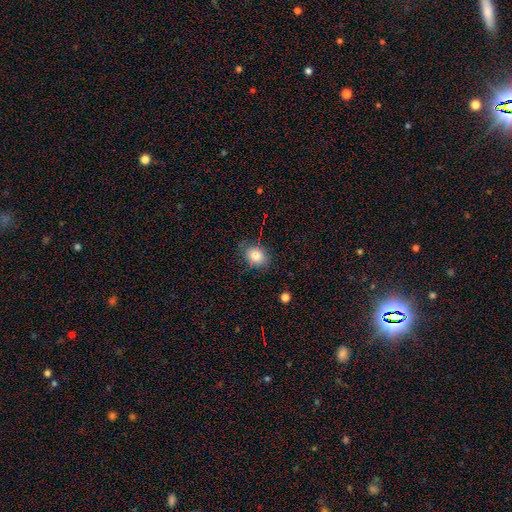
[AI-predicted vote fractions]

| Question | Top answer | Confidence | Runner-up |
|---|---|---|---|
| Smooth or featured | smooth | 81% | star or artifact (10%) |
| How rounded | in between | 57% | round (42%) |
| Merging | none | 76% | minor disturbance (18%) |